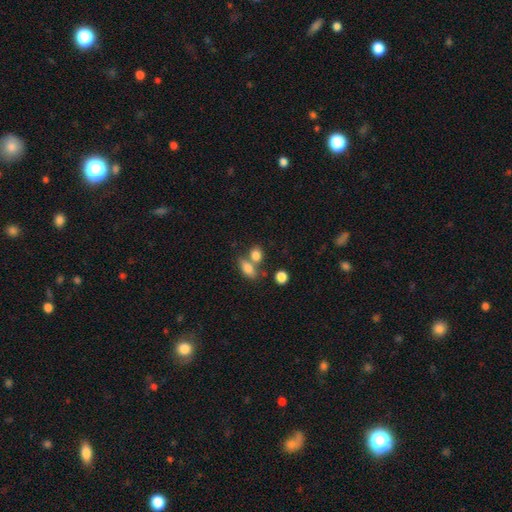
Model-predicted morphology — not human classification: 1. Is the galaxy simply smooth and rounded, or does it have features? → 81% smooth, 10% star or artifact, 9% featured or disk.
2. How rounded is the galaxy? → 64% in between, 32% round, 4% cigar-shaped.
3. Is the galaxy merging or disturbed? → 45% none, 40% merger, 10% minor disturbance, 4% major disturbance.